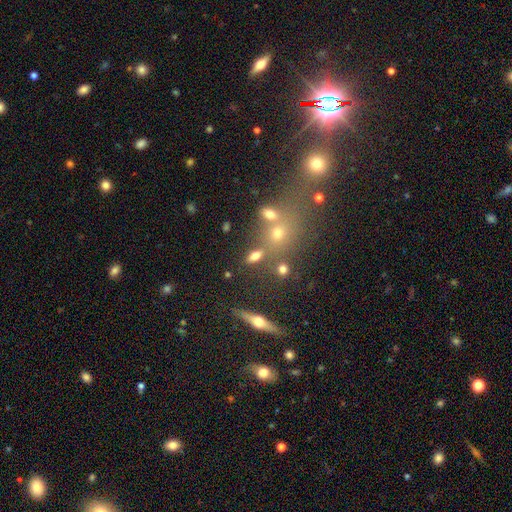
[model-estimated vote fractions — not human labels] smooth_or_featured: smooth (p=0.36) [tied with: star or artifact p=0.36]
merging: none (p=0.59) [alt: merger p=0.26]